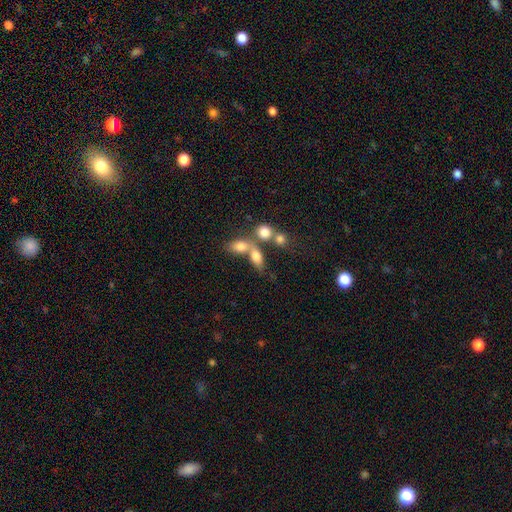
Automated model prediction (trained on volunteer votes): smooth-or-featured: smooth: 75% | featured or disk: 14% | star or artifact: 11%
  how-rounded: in between: 79% | round: 15% | cigar-shaped: 6%
  merging: merger: 50% | none: 34% | minor disturbance: 10% | major disturbance: 7%